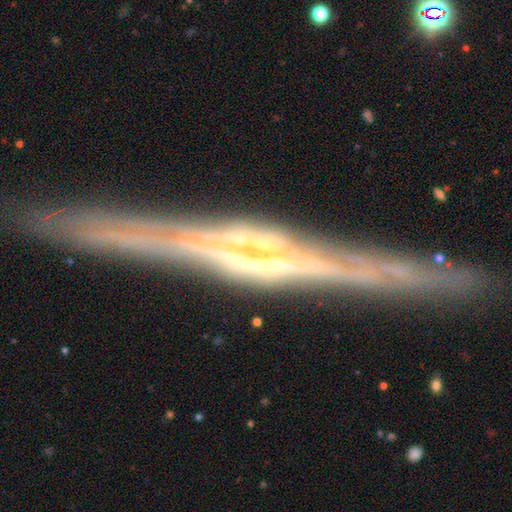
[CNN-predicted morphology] A featured or disk galaxy (88%) viewed edge-on (98%) with a rounded central bulge (43%).

Vote fractions:
- Smooth or featured? featured or disk: 88% / star or artifact: 6% / smooth: 6%
- Edge-on disk? yes: 98% / no: 2%
- Edge-on bulge? rounded: 43% / boxy: 41% / none: 16%
- Merging? none: 89% / minor disturbance: 8% / major disturbance: 2% / merger: 1%